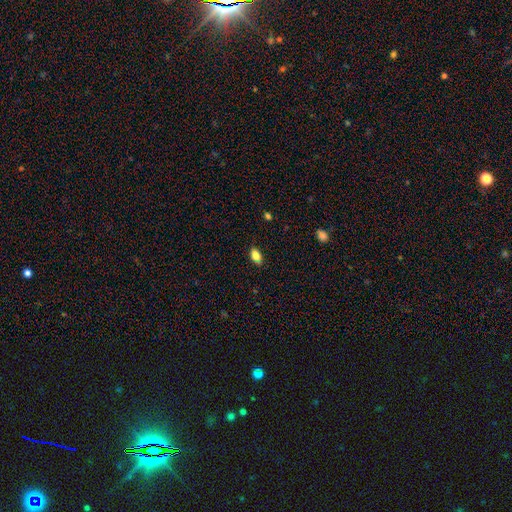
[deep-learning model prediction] Overall: smooth (81%). How rounded: in between (87%). Merging: none (86%).